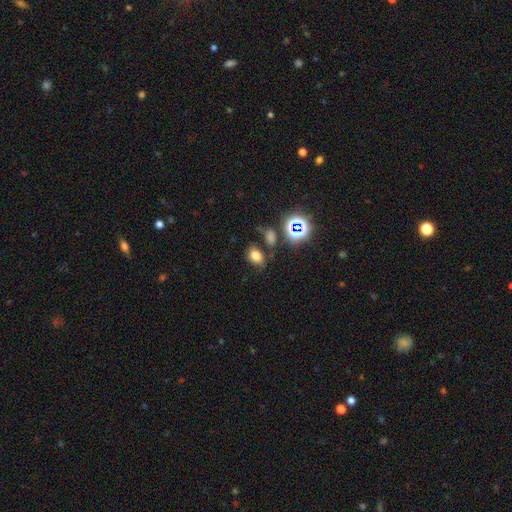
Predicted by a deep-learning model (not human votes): smooth 69%, star or artifact 21%, featured or disk 10%. Down the decision tree: how rounded — in between (74%); merging — none (70%).